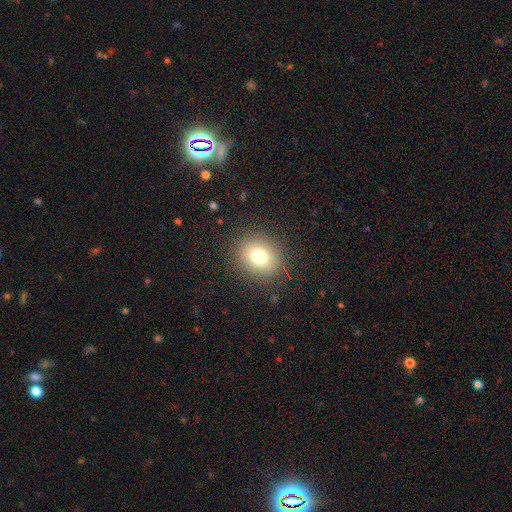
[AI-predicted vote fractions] smooth_or_featured: smooth (p=0.77) [alt: star or artifact p=0.13]
how_rounded: round (p=0.67) [alt: in between p=0.32]
merging: none (p=0.88) [alt: minor disturbance p=0.08]